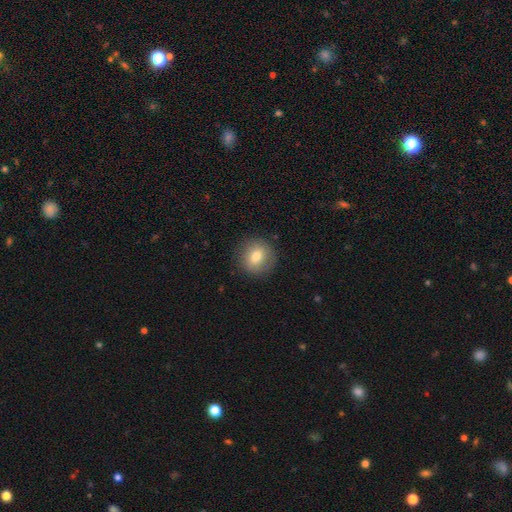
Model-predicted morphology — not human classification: smooth 74%, featured or disk 17%, star or artifact 9%. Down the decision tree: how rounded — round (91%); merging — none (88%).